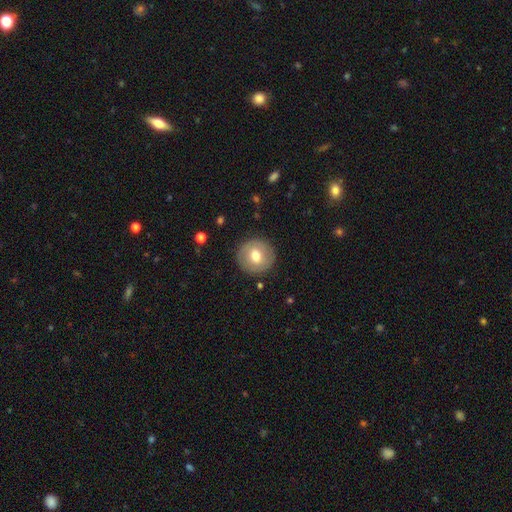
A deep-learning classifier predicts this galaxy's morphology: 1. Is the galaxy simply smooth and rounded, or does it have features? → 64% smooth, 29% featured or disk, 7% star or artifact.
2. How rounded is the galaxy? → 92% round, 7% in between, 1% cigar-shaped.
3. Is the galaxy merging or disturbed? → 88% none, 8% minor disturbance, 3% major disturbance, 1% merger.